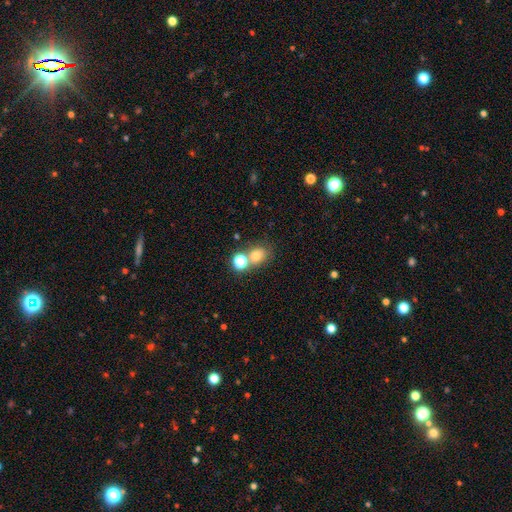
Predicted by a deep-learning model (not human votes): Overall: smooth (73%). How rounded: round (61%; in between 38%). Merging: none (52%; merger 33%).